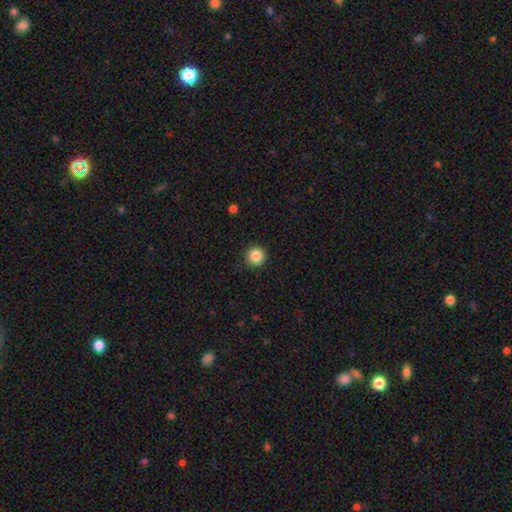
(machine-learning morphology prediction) smooth-or-featured: smooth: 86% | star or artifact: 10% | featured or disk: 4%
  how-rounded: round: 95% | in between: 4% | cigar-shaped: 1%
  merging: none: 91% | minor disturbance: 6% | major disturbance: 2% | merger: 1%